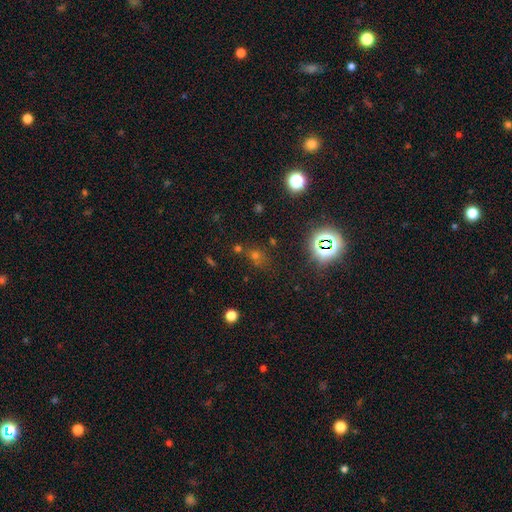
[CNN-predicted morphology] A star or artifact, not a galaxy (54%).